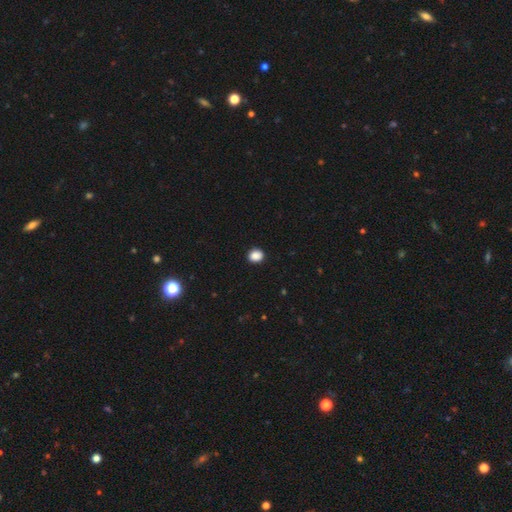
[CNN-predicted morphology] Smooth or featured?
  - smooth: 88% *
  - star or artifact: 9%
  - featured or disk: 2%
How rounded?
  - round: 64% *
  - in between: 35%
  - cigar-shaped: 1%
Merging?
  - none: 91% *
  - minor disturbance: 6%
  - major disturbance: 2%
  - merger: 1%